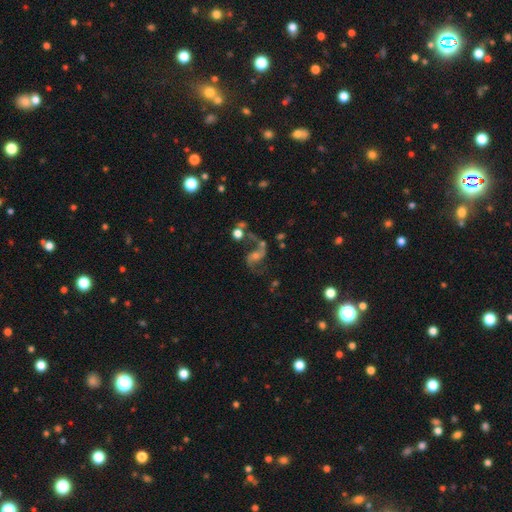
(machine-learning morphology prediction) Smooth or featured? featured or disk (82%)
Edge-on disk? no (97%)
Bar? no (48%)
Spiral arms? yes (94%)
Spiral winding? loose (71%)
Spiral arm count? 2 (88%)
Bulge size? small (47%)
Merging? none (53%)